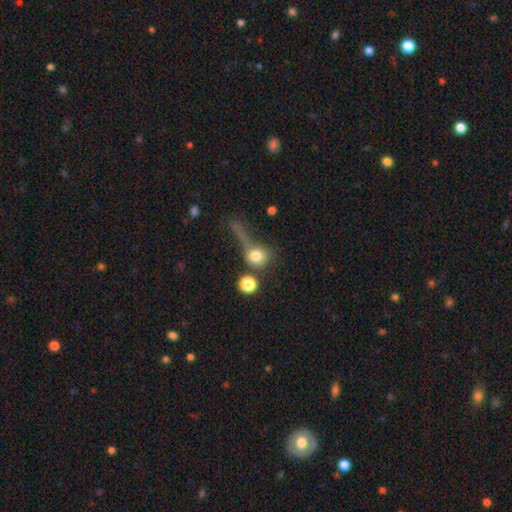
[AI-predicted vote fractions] The model was most divided on "merging": none: 34%, major disturbance: 28%, merger: 22%, minor disturbance: 15%. More confident: how rounded — round (76%); smooth or featured — smooth (72%).